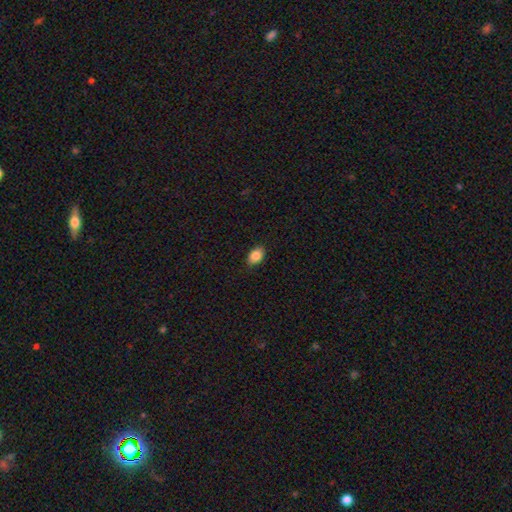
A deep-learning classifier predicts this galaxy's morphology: smooth_or_featured: smooth (p=0.86) [alt: star or artifact p=0.08]
how_rounded: in between (p=0.83) [alt: round p=0.15]
merging: none (p=0.85) [alt: minor disturbance p=0.12]